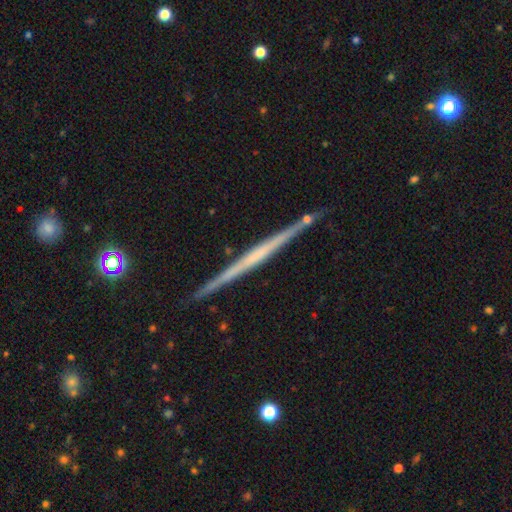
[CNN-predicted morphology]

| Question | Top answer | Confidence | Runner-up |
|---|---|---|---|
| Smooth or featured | featured or disk | 72% | smooth (22%) |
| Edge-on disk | yes | 98% | no (2%) |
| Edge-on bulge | none | 80% | rounded (12%) |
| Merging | none | 90% | minor disturbance (7%) |